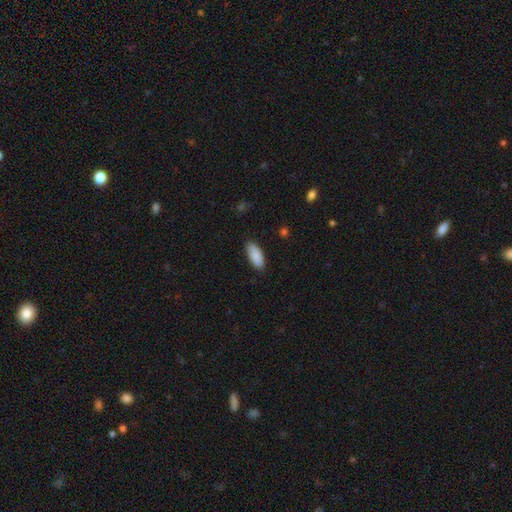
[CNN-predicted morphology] This appears to be a smooth galaxy with no disk features (89%) that is in between round and cigar-shaped (82%). Merging: none (84%).